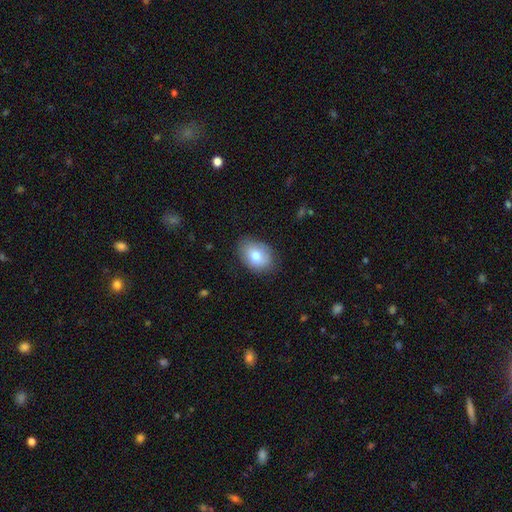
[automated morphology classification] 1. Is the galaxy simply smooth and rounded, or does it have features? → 76% smooth, 16% featured or disk, 8% star or artifact.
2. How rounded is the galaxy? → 77% in between, 22% round, 1% cigar-shaped.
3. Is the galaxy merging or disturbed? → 76% none, 19% minor disturbance, 4% major disturbance, 1% merger.